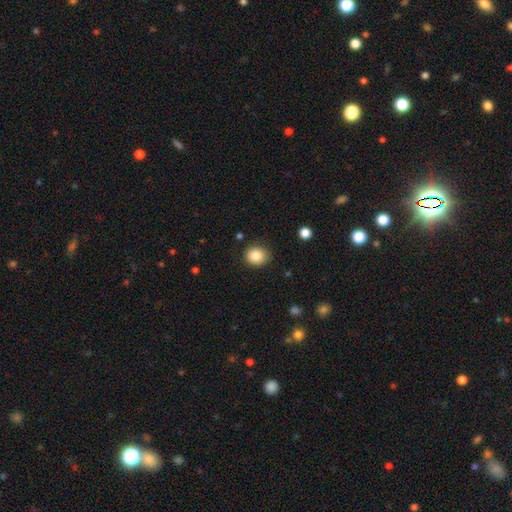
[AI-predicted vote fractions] Smooth or featured? Predicted: smooth (p=0.86). How rounded? Predicted: round (p=0.78). Merging? Predicted: none (p=0.86).